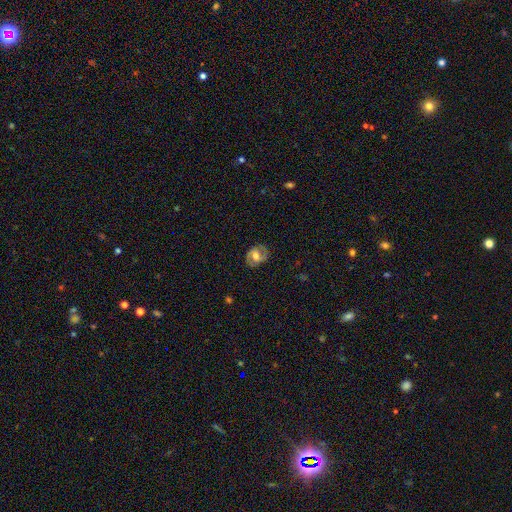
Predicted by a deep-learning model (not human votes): Q: Smooth or featured?
A: featured or disk (62%); runner-up: smooth (31%)
Q: Edge-on disk?
A: no (96%); runner-up: yes (4%)
Q: Bar?
A: weak (43%); runner-up: no (38%)
Q: Spiral arms?
A: yes (77%); runner-up: no (23%)
Q: Bulge size?
A: moderate (62%); runner-up: large (21%)
Q: Merging?
A: none (78%); runner-up: minor disturbance (15%)